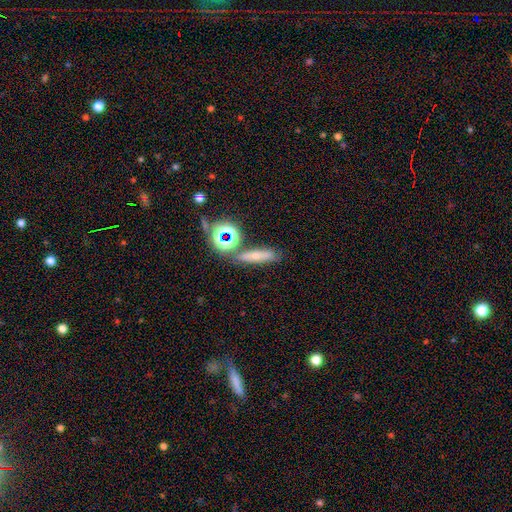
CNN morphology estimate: Smooth or featured?
  - smooth: 56% *
  - star or artifact: 23%
  - featured or disk: 21%
How rounded?
  - cigar-shaped: 57% *
  - in between: 28%
  - round: 16%
Merging?
  - none: 69% *
  - merger: 13%
  - minor disturbance: 13%
  - major disturbance: 5%